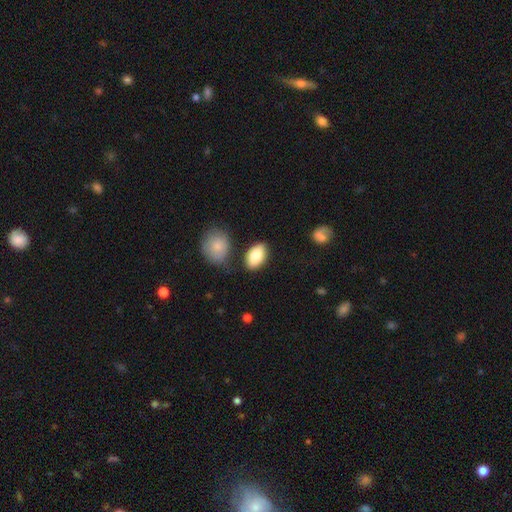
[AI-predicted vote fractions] Smooth or featured? smooth (83%)
How rounded? in between (92%)
Merging? none (80%)